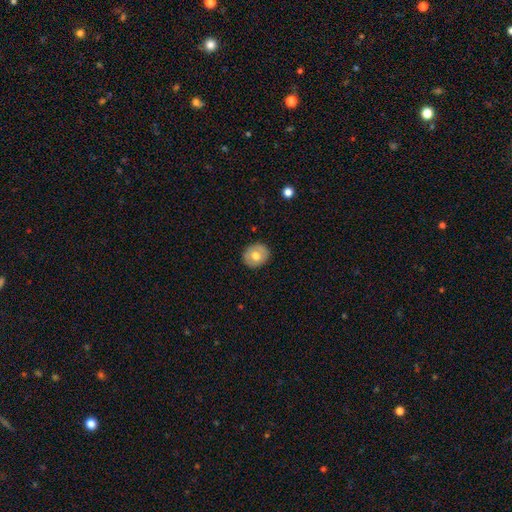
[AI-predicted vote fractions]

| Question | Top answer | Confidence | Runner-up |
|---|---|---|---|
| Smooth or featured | smooth | 69% | featured or disk (24%) |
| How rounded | round | 75% | in between (24%) |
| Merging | none | 89% | minor disturbance (8%) |